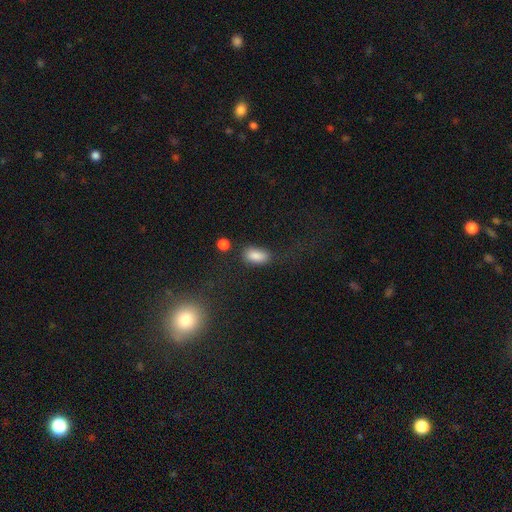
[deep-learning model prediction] Overall: smooth (86%). How rounded: in between (90%). Merging: none (70%).